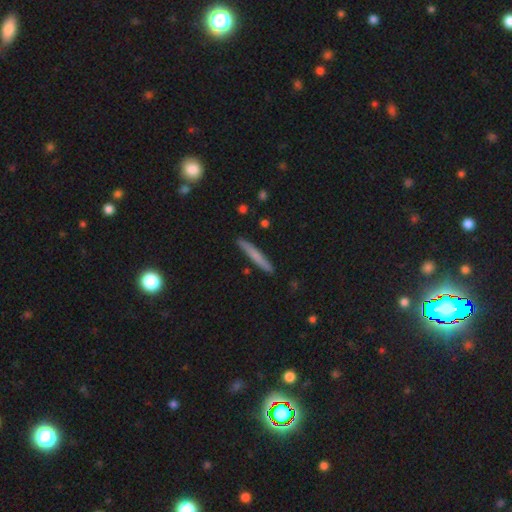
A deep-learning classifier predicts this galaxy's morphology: Overall: smooth (67%). How rounded: cigar-shaped (96%). Merging: none (89%).